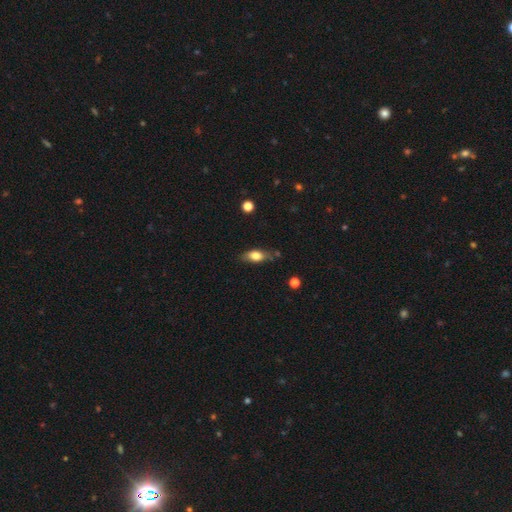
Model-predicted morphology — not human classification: A smooth galaxy with no disk features (71%) that is in between round and cigar-shaped (77%). Merging: none (67%).